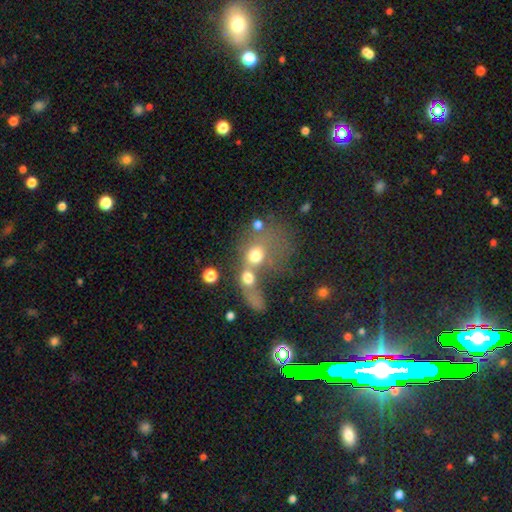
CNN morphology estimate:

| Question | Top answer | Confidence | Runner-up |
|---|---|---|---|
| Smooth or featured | smooth | 62% | featured or disk (22%) |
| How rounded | round | 58% | in between (40%) |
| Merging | merger | 61% | none (19%) |